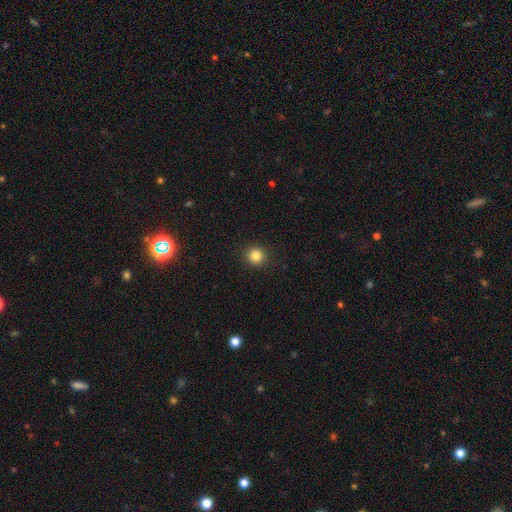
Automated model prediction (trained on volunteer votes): smooth 84%, star or artifact 11%, featured or disk 4%. Down the decision tree: how rounded — round (91%); merging — none (92%).